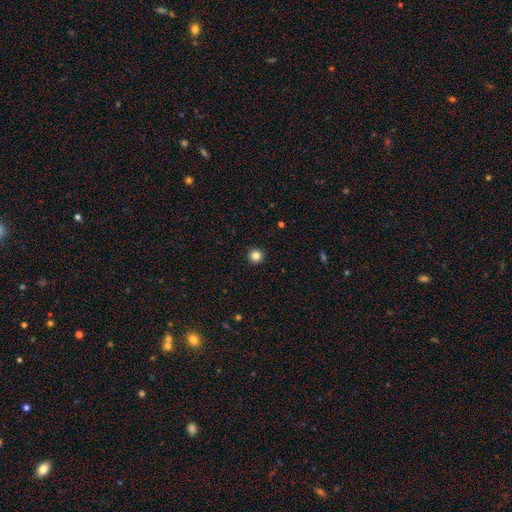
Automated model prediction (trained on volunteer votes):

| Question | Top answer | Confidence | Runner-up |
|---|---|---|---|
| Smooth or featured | smooth | 84% | star or artifact (12%) |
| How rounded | round | 96% | in between (3%) |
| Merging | none | 93% | minor disturbance (4%) |